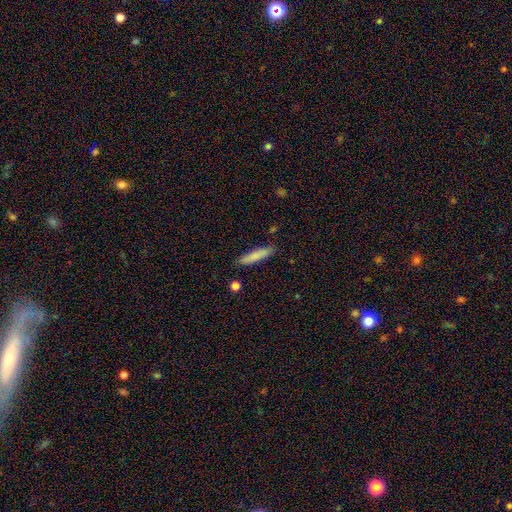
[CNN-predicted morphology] smooth 82%, featured or disk 12%, star or artifact 7%. Down the decision tree: how rounded — cigar-shaped (87%); merging — none (87%).